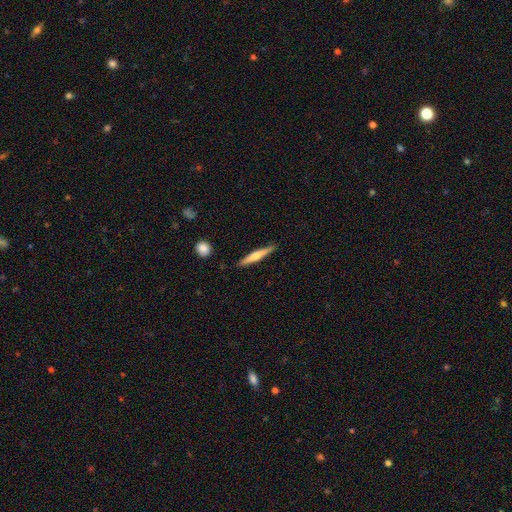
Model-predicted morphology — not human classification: smooth-or-featured: featured or disk: 53% | smooth: 42% | star or artifact: 5%
  disk-edge-on: yes: 97% | no: 3%
    edge-on-bulge: rounded: 82% | none: 12% | boxy: 6%
  merging: none: 88% | minor disturbance: 8% | merger: 2% | major disturbance: 2%